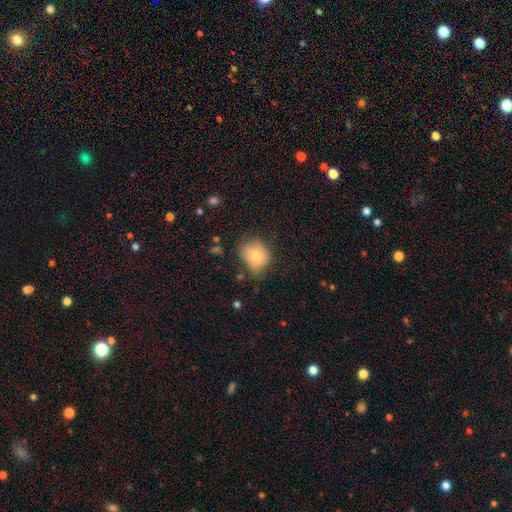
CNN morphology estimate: A smooth galaxy with no disk features (77%) that is round (59%). Merging: none (54%).